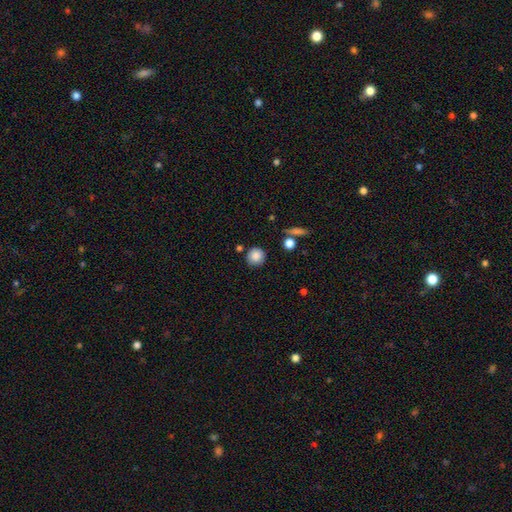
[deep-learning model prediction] Q: Smooth or featured?
A: smooth (86%); runner-up: star or artifact (9%)
Q: How rounded?
A: round (93%); runner-up: in between (6%)
Q: Merging?
A: none (84%); runner-up: minor disturbance (9%)